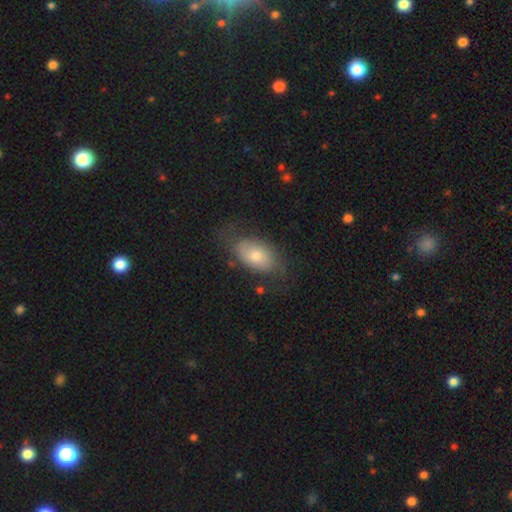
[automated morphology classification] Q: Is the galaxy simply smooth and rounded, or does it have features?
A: smooth — 66%.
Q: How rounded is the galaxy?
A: in between — 91%.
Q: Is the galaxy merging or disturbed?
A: none — 65%.